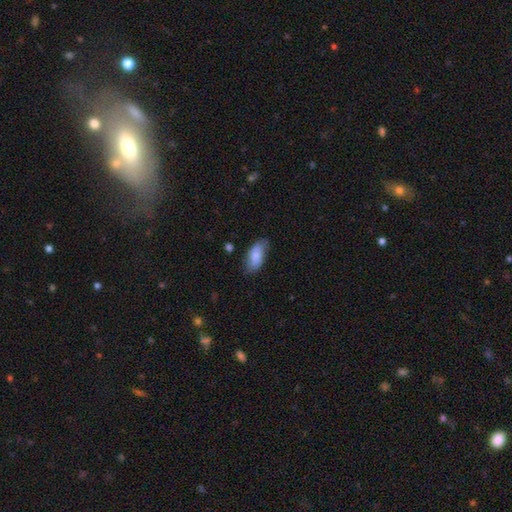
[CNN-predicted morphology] type=smooth (77%); roundness=in between (90%); merging=none (72%).